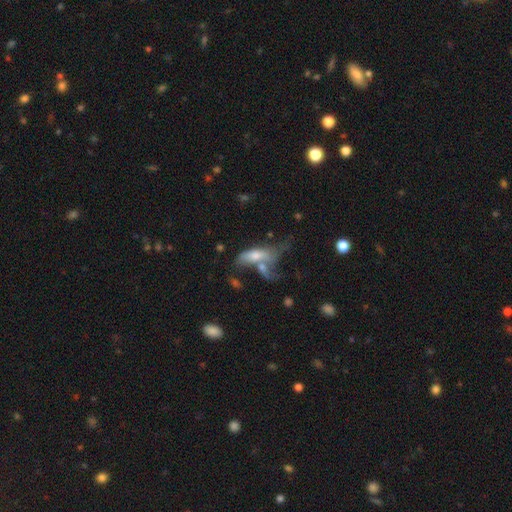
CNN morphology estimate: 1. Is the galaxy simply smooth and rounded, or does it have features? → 54% smooth, 36% featured or disk, 10% star or artifact.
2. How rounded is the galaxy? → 60% in between, 36% cigar-shaped, 3% round.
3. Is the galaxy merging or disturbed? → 37% merger, 25% none, 21% major disturbance, 17% minor disturbance.